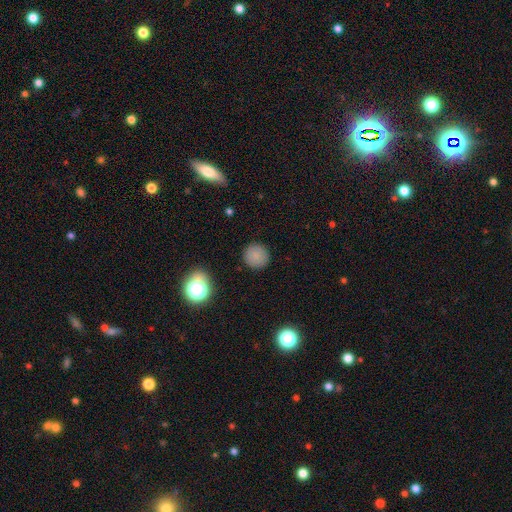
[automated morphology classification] type=smooth (82%); roundness=round (94%); merging=none (90%).